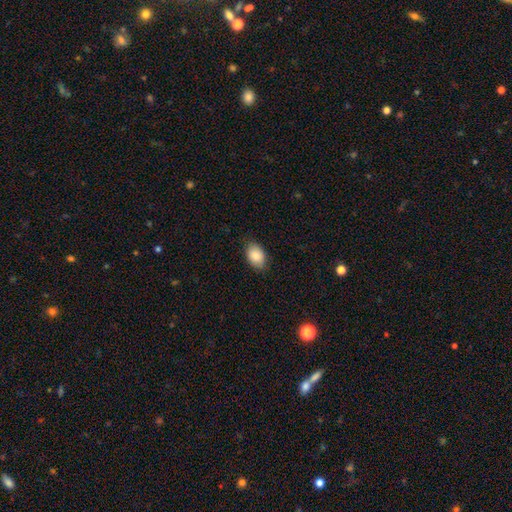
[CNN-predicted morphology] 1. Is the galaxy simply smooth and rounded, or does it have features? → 87% smooth, 7% star or artifact, 6% featured or disk.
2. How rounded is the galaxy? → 87% in between, 12% round, 1% cigar-shaped.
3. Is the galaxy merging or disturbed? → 85% none, 12% minor disturbance, 2% major disturbance, 1% merger.